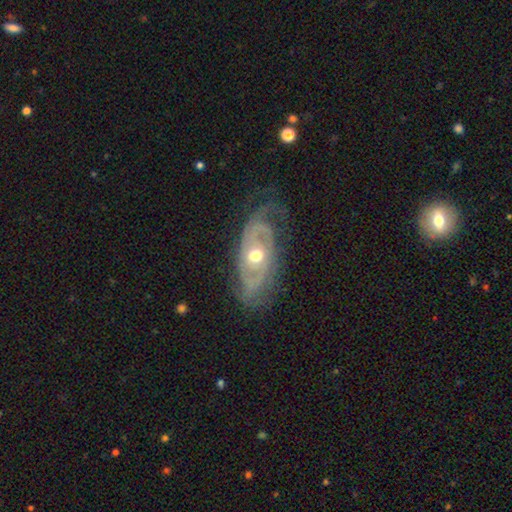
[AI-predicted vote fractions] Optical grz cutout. It shows a featured or disk galaxy (81%) with no bar (72%), 2 (47%) tight (51%) spiral arms (81%) and a moderate central bulge (70%). Merging: none (65%).